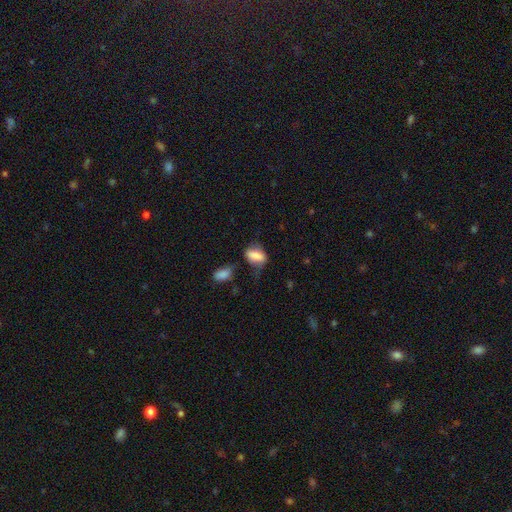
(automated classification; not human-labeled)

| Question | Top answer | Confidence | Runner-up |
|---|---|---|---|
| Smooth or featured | smooth | 74% | featured or disk (18%) |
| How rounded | in between | 81% | round (11%) |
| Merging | none | 46% | minor disturbance (29%) |